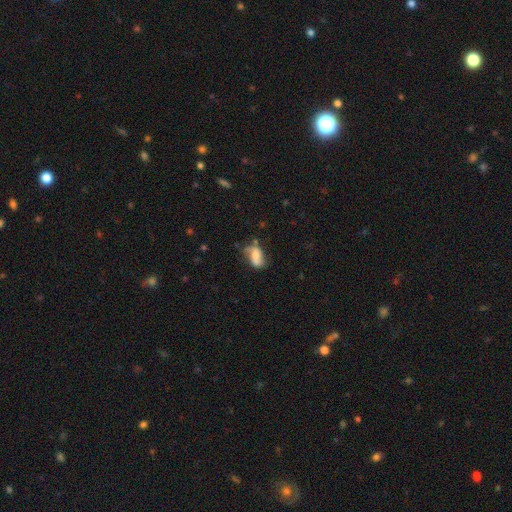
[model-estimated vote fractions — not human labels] Q: Smooth or featured?
A: smooth (47%); runner-up: featured or disk (43%)
Q: Merging?
A: none (44%); runner-up: minor disturbance (30%)